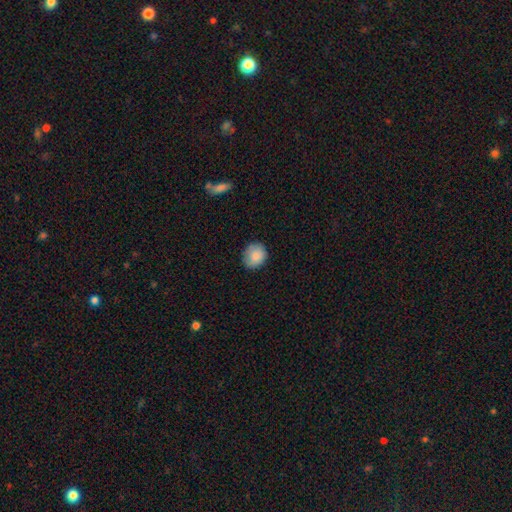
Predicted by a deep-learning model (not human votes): smooth_or_featured: smooth (p=0.86) [alt: star or artifact p=0.08]
how_rounded: round (p=0.68) [alt: in between p=0.31]
merging: none (p=0.78) [alt: minor disturbance p=0.17]